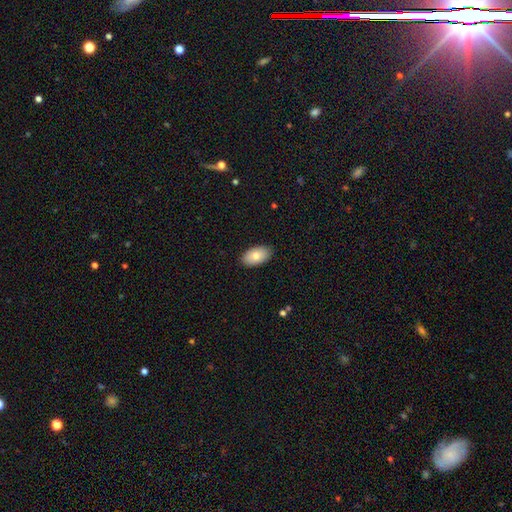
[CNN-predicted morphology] smooth 79%, featured or disk 15%, star or artifact 7%. Down the decision tree: how rounded — in between (95%); merging — none (88%).